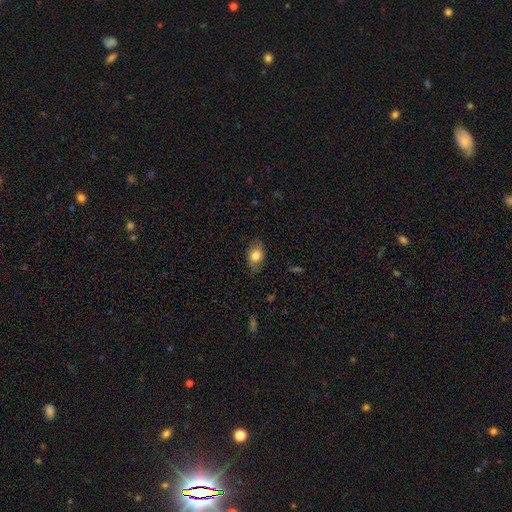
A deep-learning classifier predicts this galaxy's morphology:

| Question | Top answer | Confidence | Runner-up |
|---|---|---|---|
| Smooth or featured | smooth | 81% | featured or disk (11%) |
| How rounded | in between | 78% | round (20%) |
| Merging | none | 76% | minor disturbance (19%) |